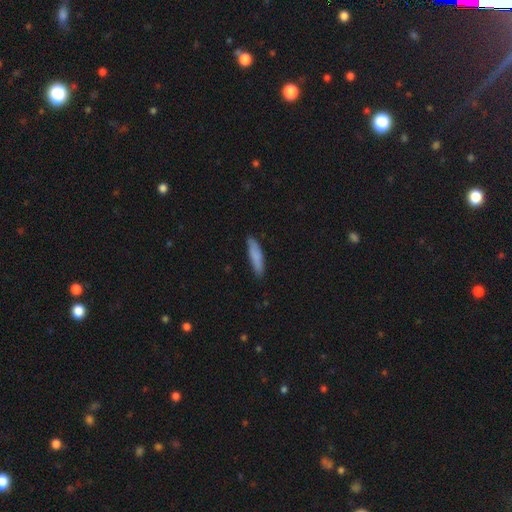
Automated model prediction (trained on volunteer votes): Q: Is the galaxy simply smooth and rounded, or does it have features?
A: smooth — 82%.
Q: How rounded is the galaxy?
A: cigar-shaped — 80%.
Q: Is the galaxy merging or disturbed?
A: none — 84%.